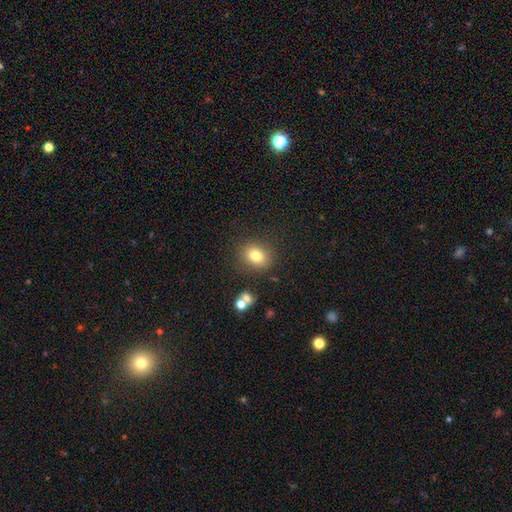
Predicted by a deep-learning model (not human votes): smooth-or-featured: smooth: 78% | star or artifact: 12% | featured or disk: 10%
  how-rounded: round: 57% | in between: 42% | cigar-shaped: 1%
  merging: none: 83% | minor disturbance: 10% | major disturbance: 4% | merger: 3%